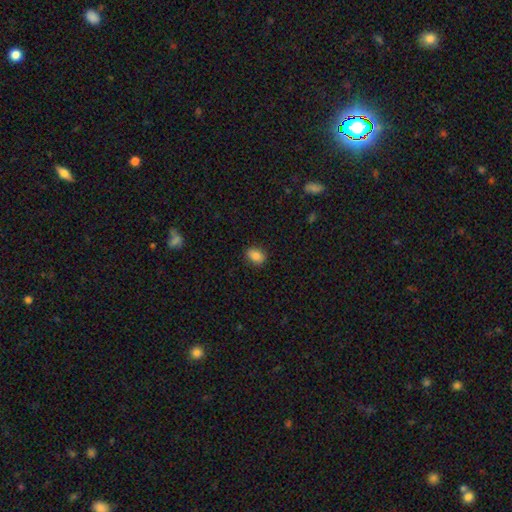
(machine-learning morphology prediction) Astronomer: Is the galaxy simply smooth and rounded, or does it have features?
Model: smooth — 87%.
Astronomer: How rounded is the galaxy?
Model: in between — 76%.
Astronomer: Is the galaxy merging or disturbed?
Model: none — 88%.